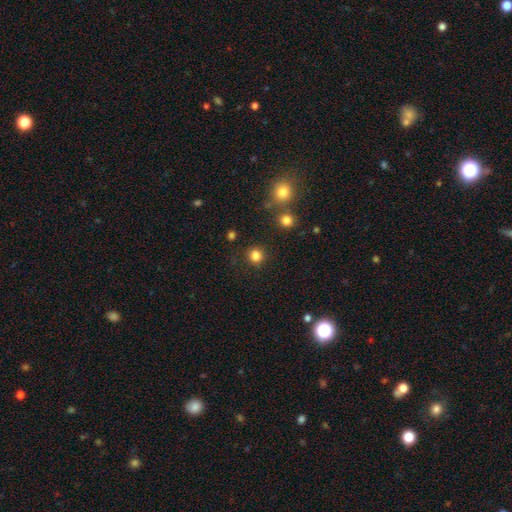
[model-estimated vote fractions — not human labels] smooth-or-featured: smooth: 83% | star or artifact: 14% | featured or disk: 4%
  how-rounded: round: 88% | in between: 11% | cigar-shaped: 1%
  merging: none: 86% | minor disturbance: 8% | merger: 3% | major disturbance: 3%